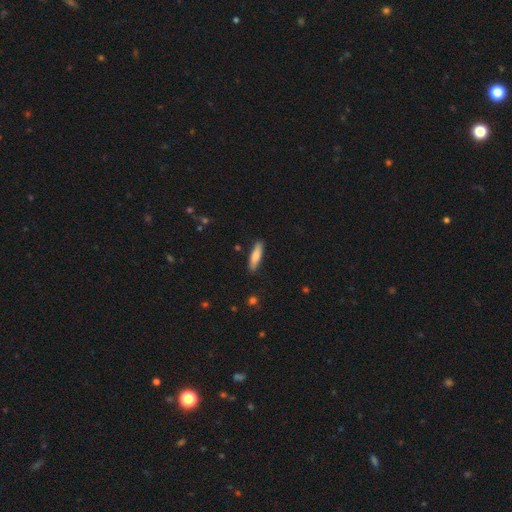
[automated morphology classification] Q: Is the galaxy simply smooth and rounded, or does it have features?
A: smooth — 80%.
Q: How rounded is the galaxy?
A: cigar-shaped — 73%.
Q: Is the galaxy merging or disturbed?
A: none — 88%.